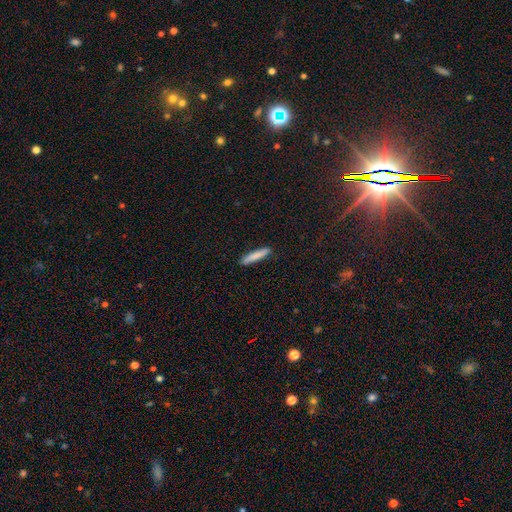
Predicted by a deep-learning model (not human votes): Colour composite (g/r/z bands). It shows a smooth galaxy with no disk features (84%) that is cigar-shaped (93%). Merging: none (91%).